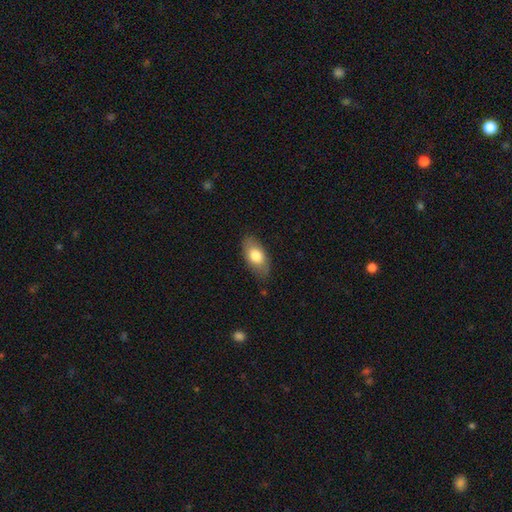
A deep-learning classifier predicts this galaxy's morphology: A smooth galaxy with no disk features (75%) that is in between round and cigar-shaped (91%). Merging: none (82%).